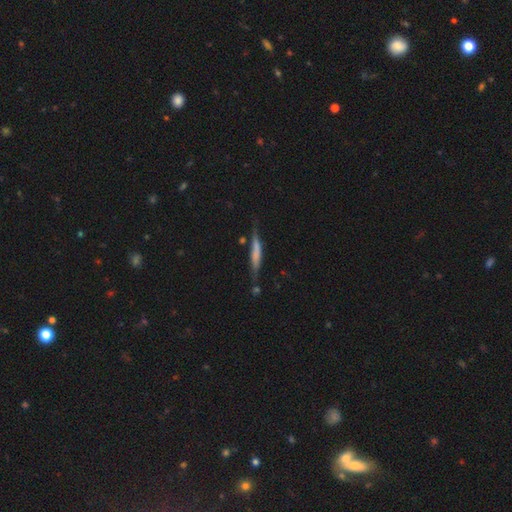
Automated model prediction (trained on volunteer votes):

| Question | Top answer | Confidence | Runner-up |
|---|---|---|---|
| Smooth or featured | smooth | 47% | featured or disk (43%) |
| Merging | none | 71% | minor disturbance (19%) |